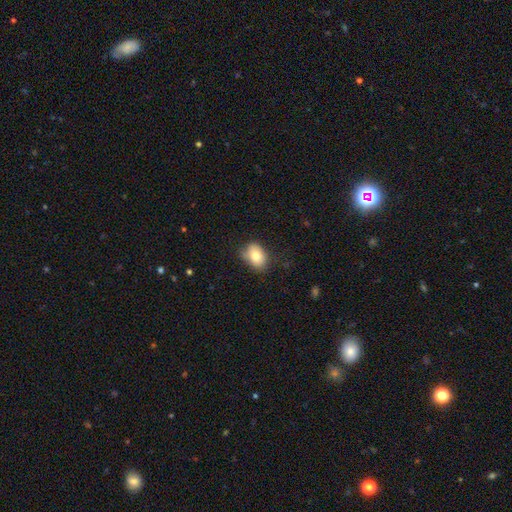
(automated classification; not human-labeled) Morphology: type=smooth (77%); roundness=in between (72%); merging=none (67%).